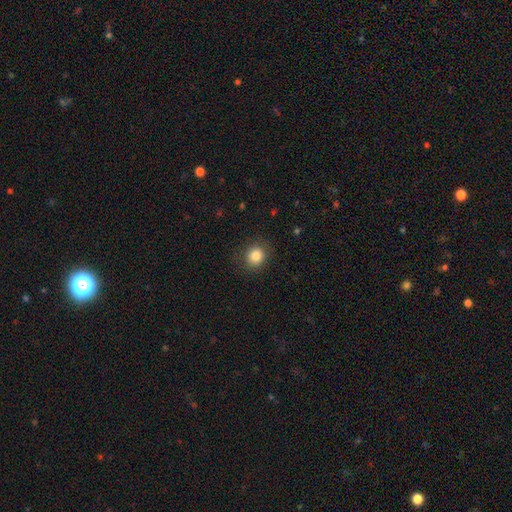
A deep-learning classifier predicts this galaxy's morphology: smooth-or-featured: smooth: 84% | star or artifact: 11% | featured or disk: 5%
  how-rounded: round: 83% | in between: 16% | cigar-shaped: 1%
  merging: none: 87% | minor disturbance: 9% | major disturbance: 3% | merger: 1%